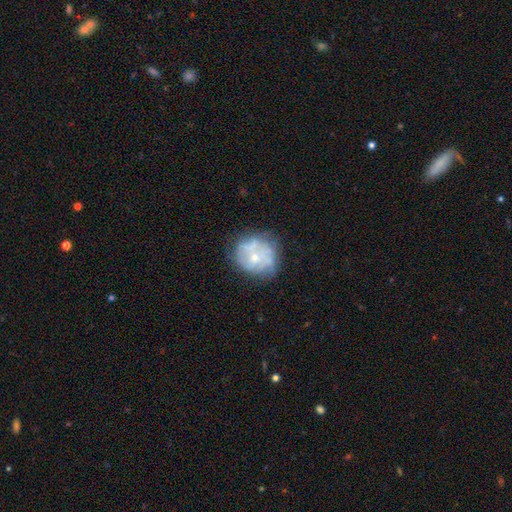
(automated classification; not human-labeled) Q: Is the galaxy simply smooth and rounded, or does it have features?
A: featured or disk — 57%.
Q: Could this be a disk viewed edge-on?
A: no — 98%.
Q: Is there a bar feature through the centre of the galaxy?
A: no — 86%.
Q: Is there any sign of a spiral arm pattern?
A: no — 61%.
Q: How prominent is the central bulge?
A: small — 55%.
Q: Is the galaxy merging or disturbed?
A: none — 57%.